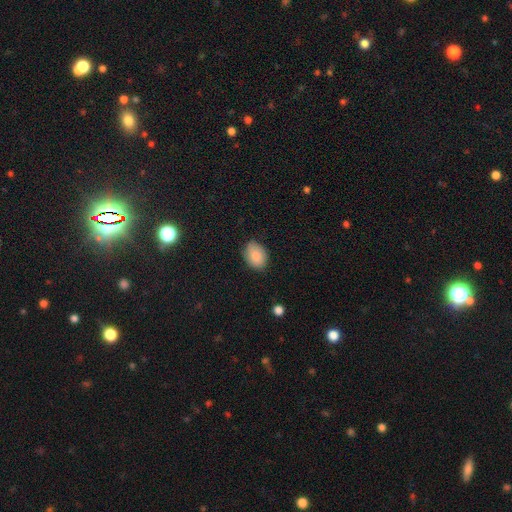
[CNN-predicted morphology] Smooth or featured? smooth (84%)
How rounded? in between (73%)
Merging? none (83%)